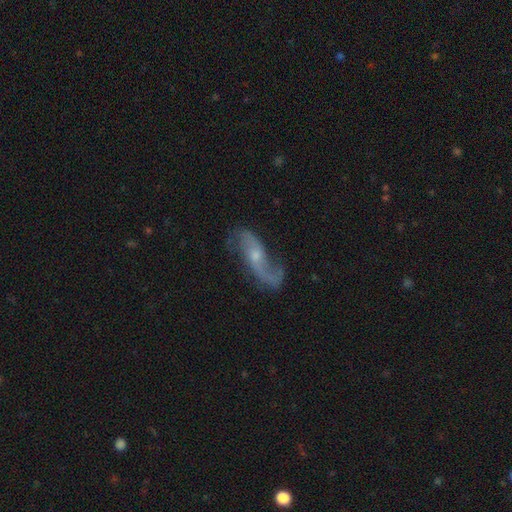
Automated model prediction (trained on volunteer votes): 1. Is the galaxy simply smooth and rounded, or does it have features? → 84% featured or disk, 9% smooth, 7% star or artifact.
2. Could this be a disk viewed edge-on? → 91% no, 9% yes.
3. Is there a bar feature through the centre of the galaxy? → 54% no, 34% weak, 12% strong.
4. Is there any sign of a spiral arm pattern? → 95% yes, 5% no.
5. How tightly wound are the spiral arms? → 67% loose, 25% medium, 8% tight.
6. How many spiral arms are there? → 88% 2, 6% 1, 3% can't tell, 1% 3, 1% 4, 1% more than 4.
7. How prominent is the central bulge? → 56% small, 37% moderate, 4% none, 2% large, 1% dominant.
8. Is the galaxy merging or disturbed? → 70% none, 17% minor disturbance, 10% major disturbance, 2% merger.